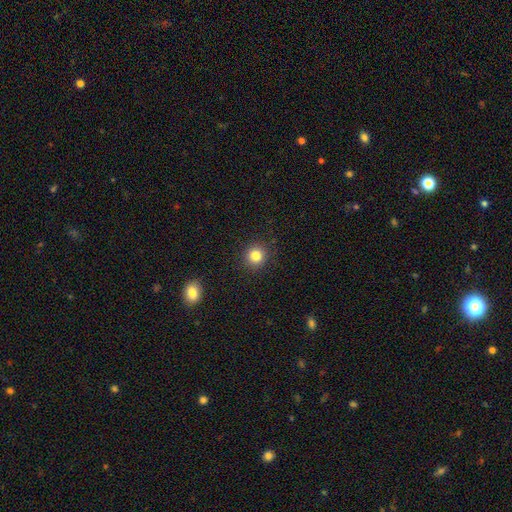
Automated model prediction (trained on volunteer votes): Morphology: type=smooth (83%); roundness=round (92%); merging=none (92%).